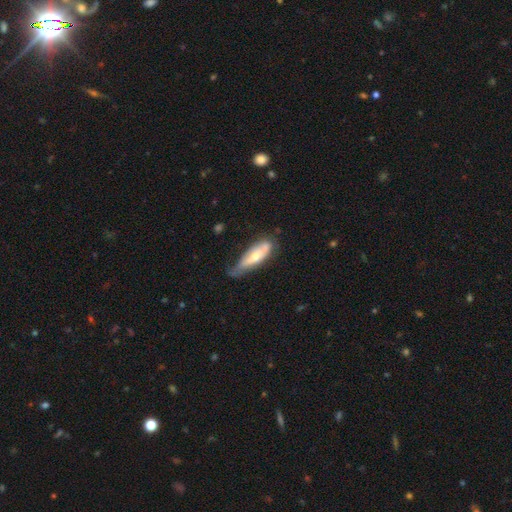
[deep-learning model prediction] smooth_or_featured: smooth (p=0.49) [alt: featured or disk p=0.45]
merging: minor disturbance (p=0.39) [alt: none p=0.37]